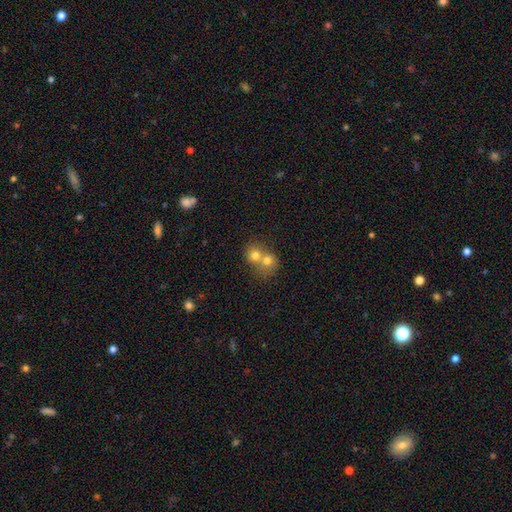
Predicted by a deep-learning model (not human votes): Overall: smooth (72%). How rounded: round (74%). Merging: merger (69%).